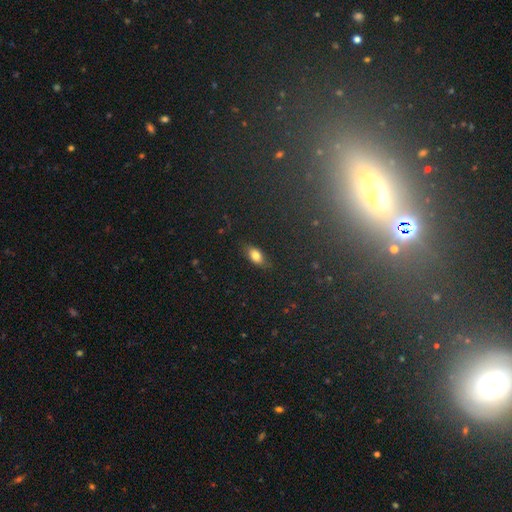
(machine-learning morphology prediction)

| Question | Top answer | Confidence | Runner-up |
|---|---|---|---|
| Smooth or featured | smooth | 80% | featured or disk (11%) |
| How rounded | in between | 87% | cigar-shaped (7%) |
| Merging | none | 83% | minor disturbance (13%) |